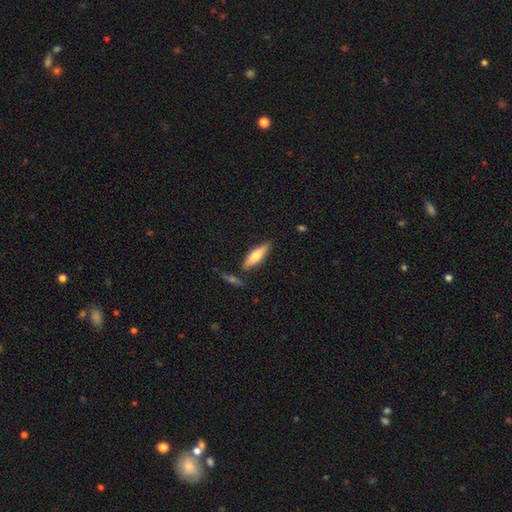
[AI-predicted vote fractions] Morphology: type=smooth (64%); roundness=cigar-shaped (60%); merging=none (76%).